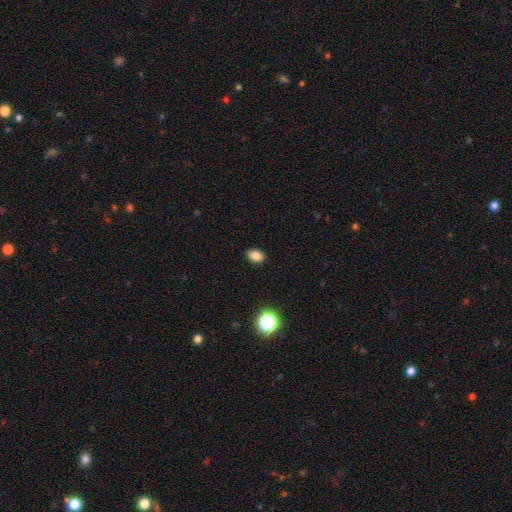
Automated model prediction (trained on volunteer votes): A smooth galaxy with no disk features (83%) that is in between round and cigar-shaped (78%).

Vote fractions:
- Smooth or featured? smooth: 83% / star or artifact: 12% / featured or disk: 5%
- How rounded? in between: 78% / round: 21% / cigar-shaped: 1%
- Merging? none: 89% / minor disturbance: 8% / major disturbance: 2% / merger: 1%